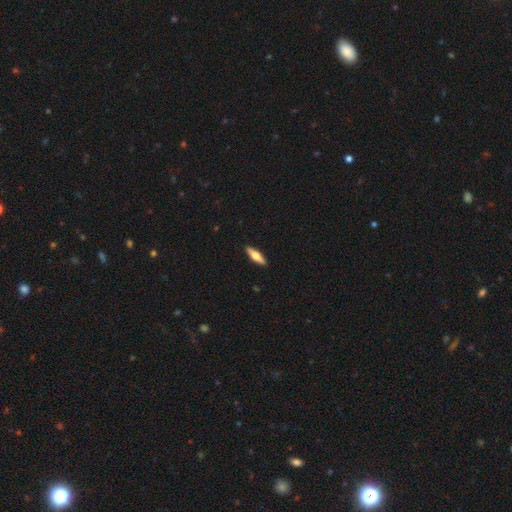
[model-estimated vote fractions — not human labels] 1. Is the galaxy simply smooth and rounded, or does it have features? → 48% featured or disk, 47% smooth, 5% star or artifact.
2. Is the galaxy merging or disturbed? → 91% none, 6% minor disturbance, 1% major disturbance, 1% merger.